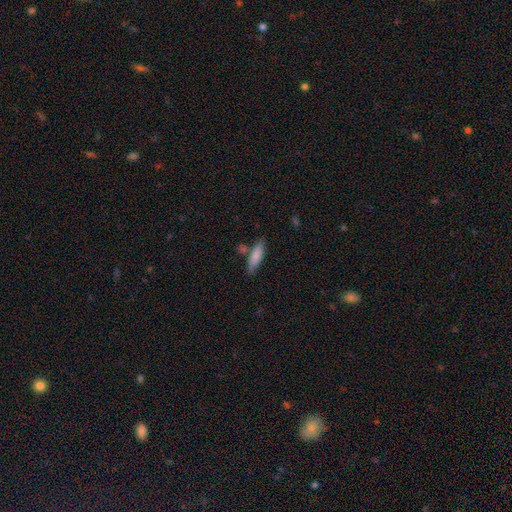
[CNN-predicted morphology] The model was most divided on "how rounded": cigar-shaped: 61%, in between: 37%, round: 2%. More confident: smooth or featured — smooth (80%); merging — none (71%).